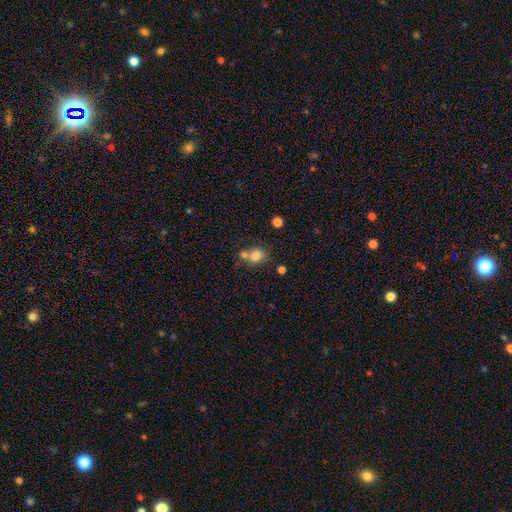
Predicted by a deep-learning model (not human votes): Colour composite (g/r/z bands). It shows a smooth galaxy with no disk features (79%) that is round (65%). Merging: none (48%).